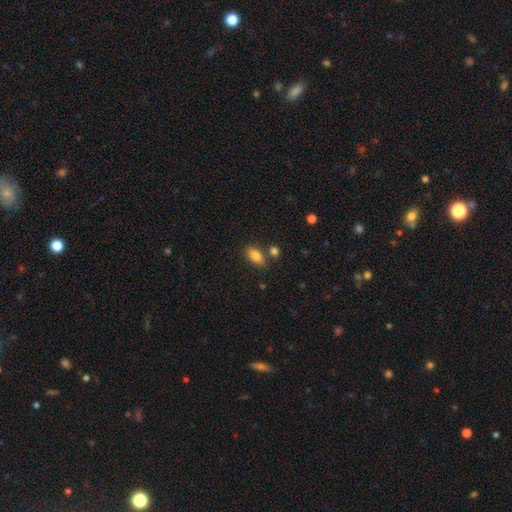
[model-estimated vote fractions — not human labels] Smooth or featured?
  - smooth: 84% *
  - star or artifact: 8%
  - featured or disk: 8%
How rounded?
  - in between: 88% *
  - cigar-shaped: 7%
  - round: 5%
Merging?
  - none: 75% *
  - minor disturbance: 12%
  - merger: 10%
  - major disturbance: 3%